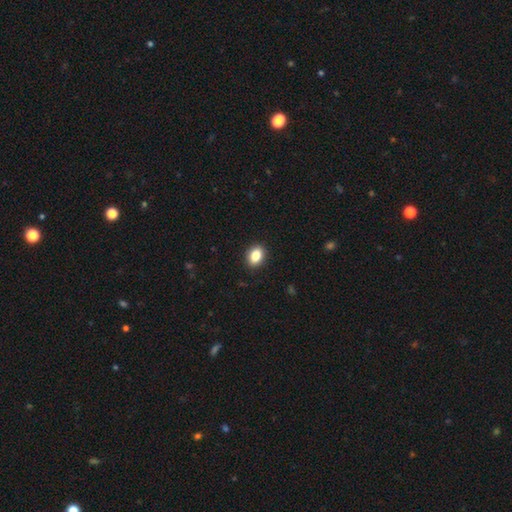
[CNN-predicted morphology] This is clearly a smooth galaxy (86%). How rounded: likely in between (77%). Merging: clearly none (90%).